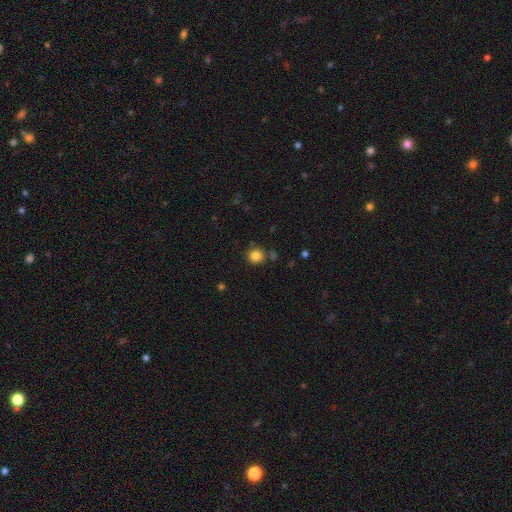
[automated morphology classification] Smooth or featured: smooth — 84% (star or artifact — 11%)
How rounded: round — 87% (in between — 12%)
Merging: none — 80% (minor disturbance — 11%)